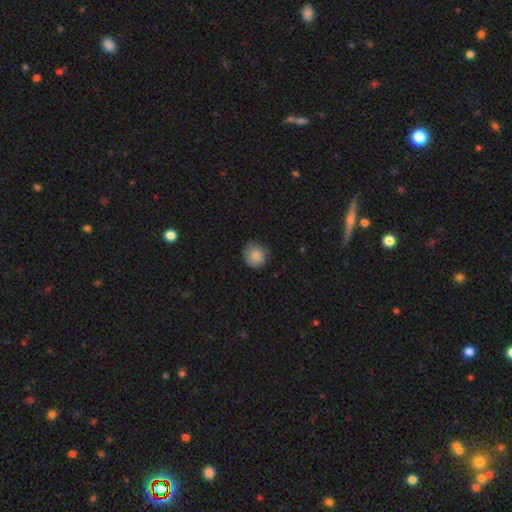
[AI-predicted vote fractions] Q: Smooth or featured?
A: smooth (86%); runner-up: star or artifact (8%)
Q: How rounded?
A: round (89%); runner-up: in between (10%)
Q: Merging?
A: none (73%); runner-up: minor disturbance (22%)